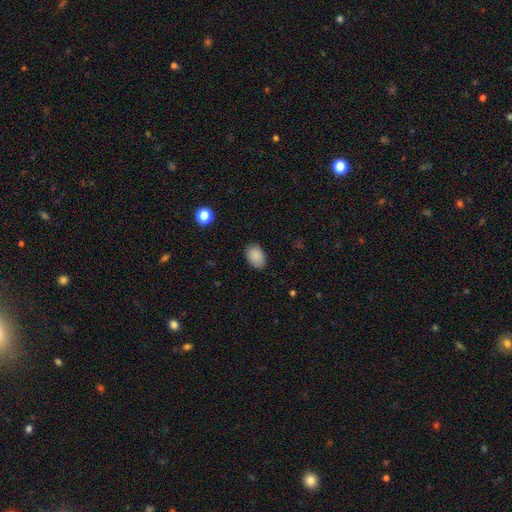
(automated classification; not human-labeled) Q: Smooth or featured?
A: smooth (88%); runner-up: star or artifact (8%)
Q: How rounded?
A: in between (83%); runner-up: round (16%)
Q: Merging?
A: none (85%); runner-up: minor disturbance (11%)